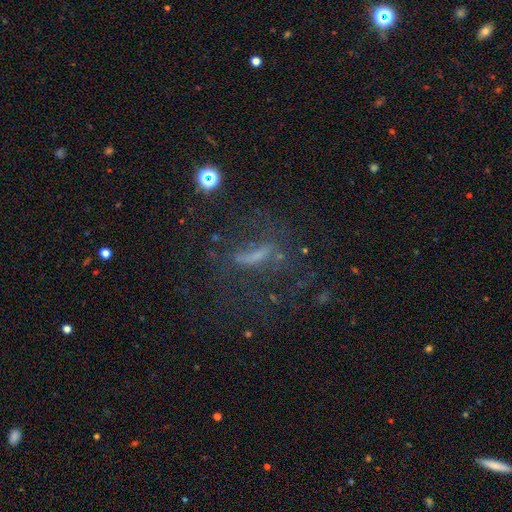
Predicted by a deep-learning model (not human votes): Smooth or featured?
  - featured or disk: 46% *
  - star or artifact: 28%
  - smooth: 26%
Merging?
  - none: 49% *
  - major disturbance: 29%
  - minor disturbance: 17%
  - merger: 4%